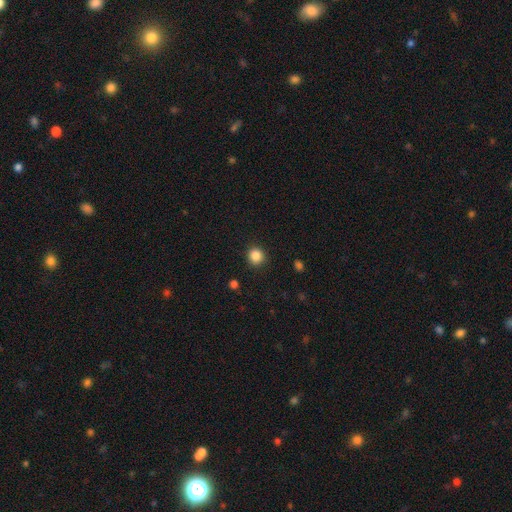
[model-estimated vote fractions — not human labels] This is clearly a smooth galaxy (86%). How rounded: clearly round (91%). Merging: clearly none (91%).